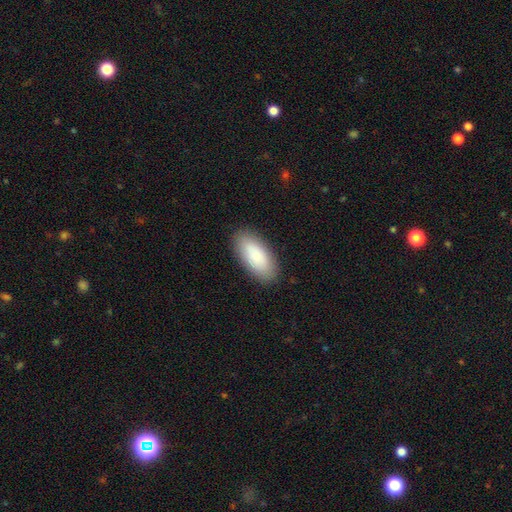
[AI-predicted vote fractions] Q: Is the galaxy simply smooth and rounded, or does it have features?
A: smooth — 86%.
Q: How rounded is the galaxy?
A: in between — 89%.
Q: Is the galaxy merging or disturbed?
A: none — 88%.